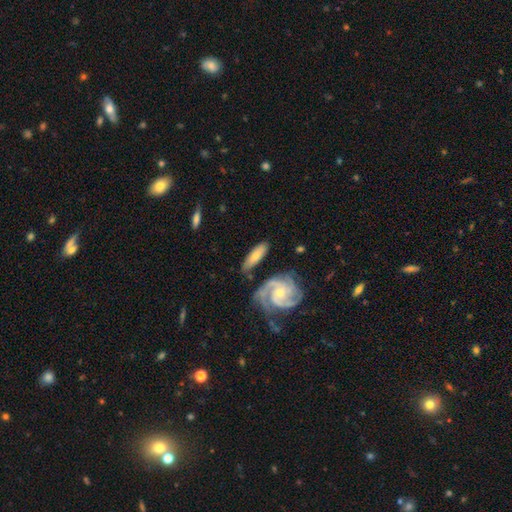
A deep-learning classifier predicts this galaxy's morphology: Smooth or featured: smooth — 47% (tied with featured or disk — 47%)
Merging: none — 73% (minor disturbance — 15%)